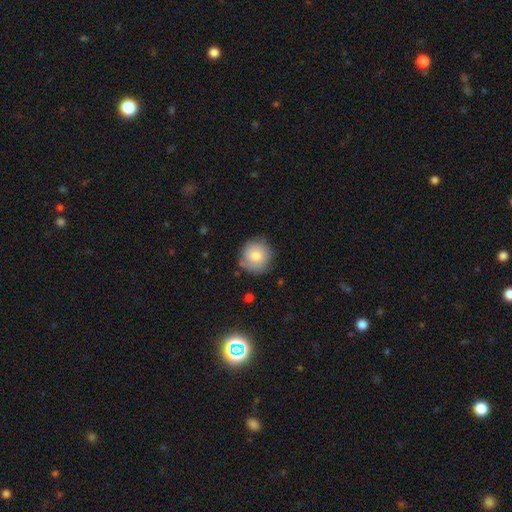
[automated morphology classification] Smooth or featured? smooth (79%)
How rounded? round (93%)
Merging? none (78%)